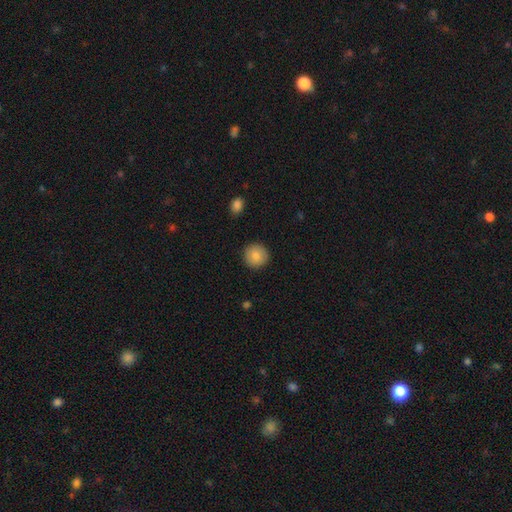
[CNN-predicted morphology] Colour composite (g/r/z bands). It shows a smooth galaxy with no disk features (86%) that is round (94%). Merging: none (91%).